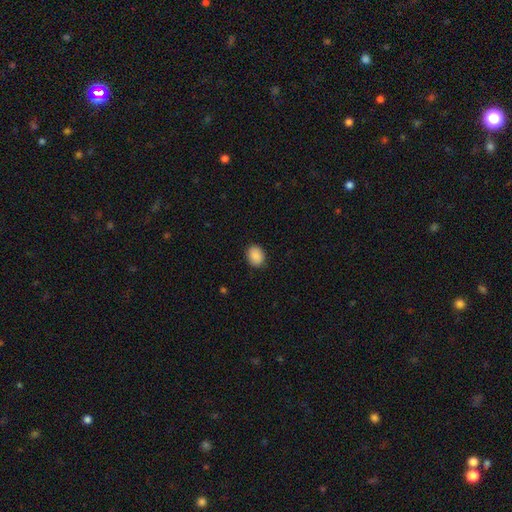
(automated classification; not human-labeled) smooth_or_featured: smooth (p=0.90) [alt: star or artifact p=0.08]
how_rounded: in between (p=0.55) [alt: round p=0.44]
merging: none (p=0.87) [alt: minor disturbance p=0.09]